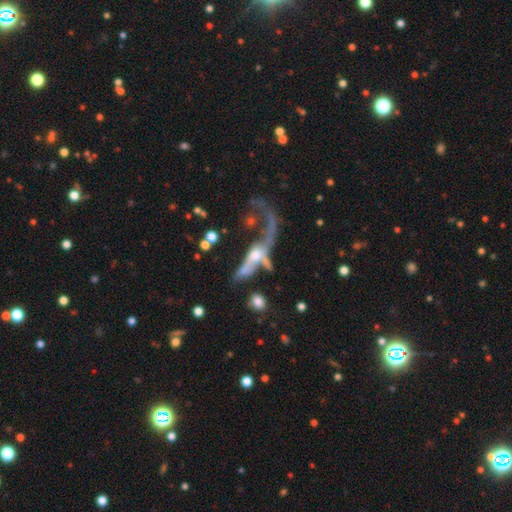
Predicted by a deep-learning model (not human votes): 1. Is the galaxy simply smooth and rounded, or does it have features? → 66% featured or disk, 22% smooth, 12% star or artifact.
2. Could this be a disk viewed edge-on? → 62% no, 38% yes.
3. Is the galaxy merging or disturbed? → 45% major disturbance, 26% merger, 19% none, 10% minor disturbance.